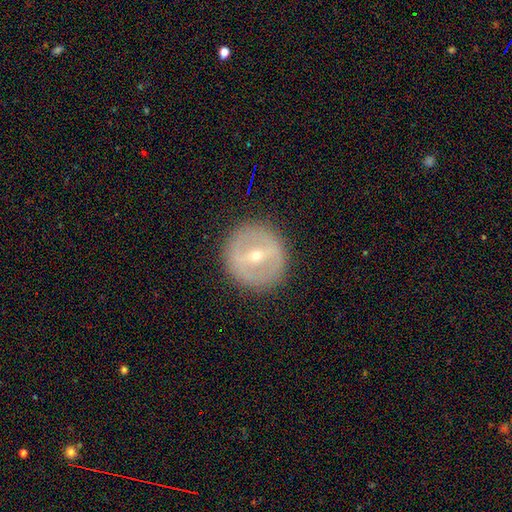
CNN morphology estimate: Smooth or featured: featured or disk — 68% (smooth — 24%)
Edge-on disk: no — 92% (yes — 8%)
Bar: strong — 57% (weak — 31%)
Spiral arms: no — 79% (yes — 21%)
Bulge size: small — 54% (moderate — 43%)
Merging: none — 89% (minor disturbance — 7%)